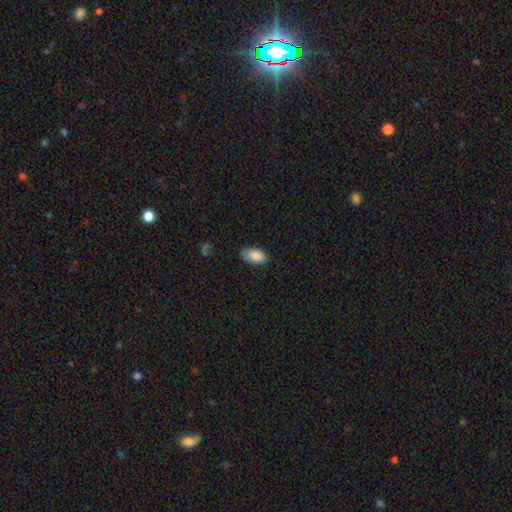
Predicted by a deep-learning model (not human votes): smooth_or_featured: smooth (p=0.84) [alt: featured or disk p=0.09]
how_rounded: in between (p=0.94) [alt: round p=0.03]
merging: none (p=0.72) [alt: minor disturbance p=0.23]